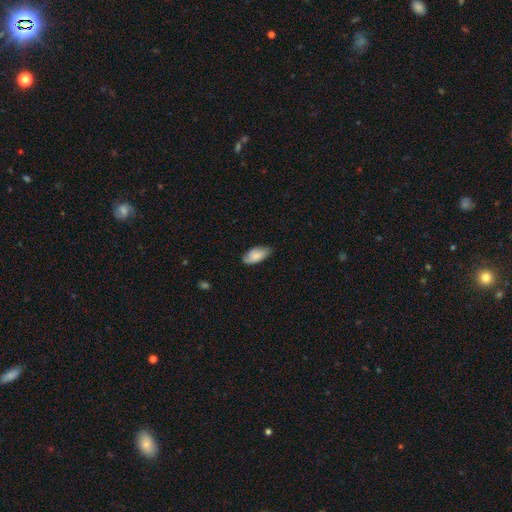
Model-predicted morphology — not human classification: smooth_or_featured: smooth (p=0.75) [alt: featured or disk p=0.19]
how_rounded: in between (p=0.92) [alt: cigar-shaped p=0.06]
merging: none (p=0.74) [alt: minor disturbance p=0.22]